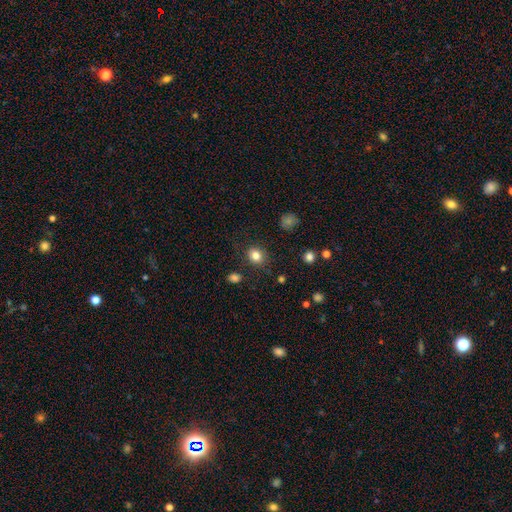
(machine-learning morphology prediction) Smooth or featured? Predicted: smooth (p=0.82). How rounded? Predicted: round (p=0.72). Merging? Predicted: none (p=0.86).